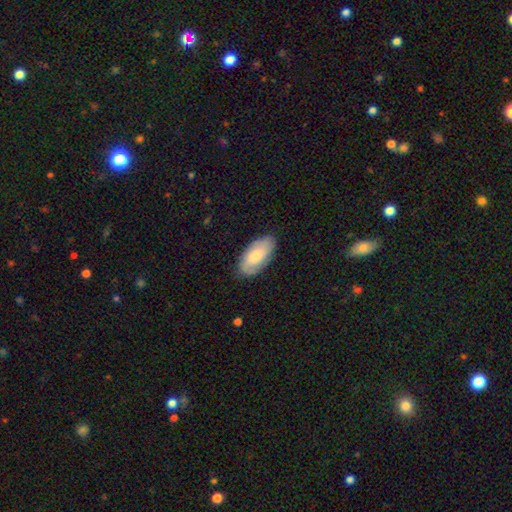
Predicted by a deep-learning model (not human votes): Q: Smooth or featured?
A: smooth (56%); runner-up: featured or disk (38%)
Q: How rounded?
A: in between (93%); runner-up: cigar-shaped (5%)
Q: Merging?
A: none (82%); runner-up: minor disturbance (14%)